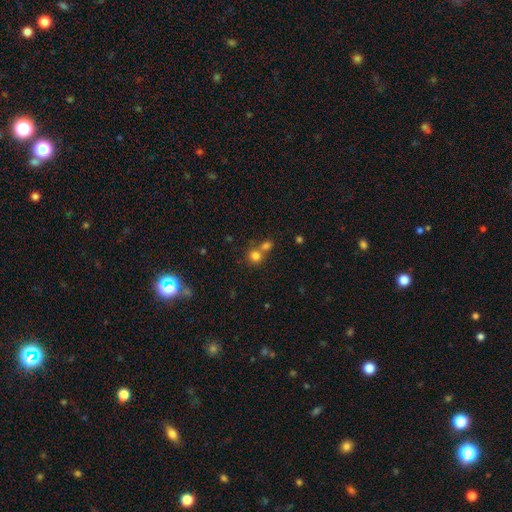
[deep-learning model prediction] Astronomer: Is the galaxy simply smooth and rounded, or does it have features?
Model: smooth — 78%.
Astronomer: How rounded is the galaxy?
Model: round — 84%.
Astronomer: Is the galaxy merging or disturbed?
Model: none — 48% (runner-up: merger, 42%).